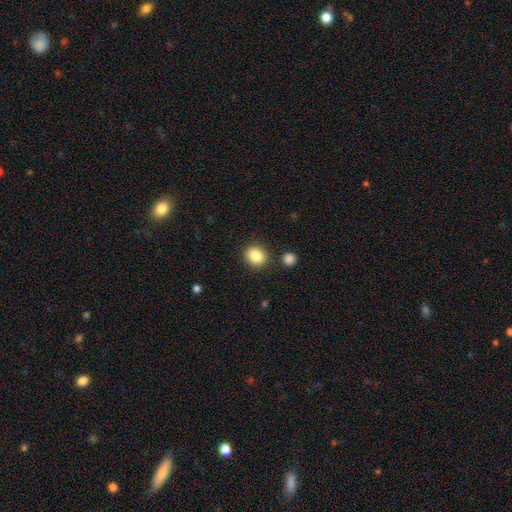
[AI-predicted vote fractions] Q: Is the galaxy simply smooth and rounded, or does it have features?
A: smooth — 86%.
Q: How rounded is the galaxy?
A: round — 68%.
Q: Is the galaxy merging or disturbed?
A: none — 85%.